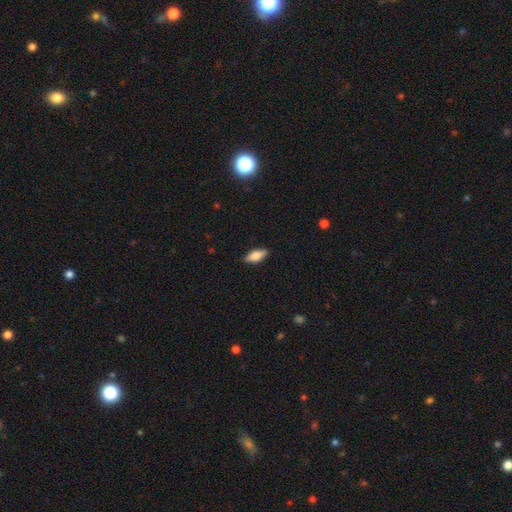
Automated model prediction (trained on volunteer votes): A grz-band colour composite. It shows a smooth galaxy with no disk features (69%) that is in between round and cigar-shaped (73%). Merging: none (87%).